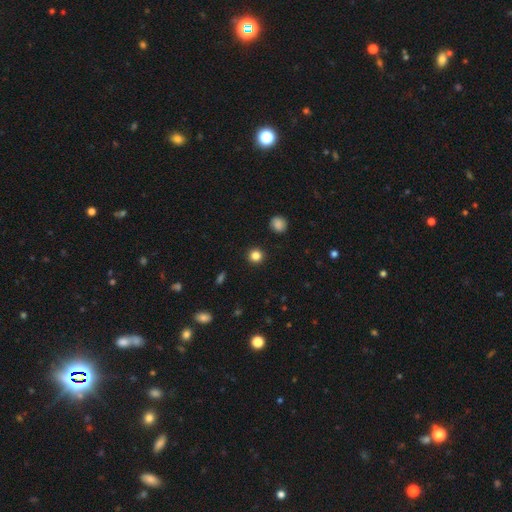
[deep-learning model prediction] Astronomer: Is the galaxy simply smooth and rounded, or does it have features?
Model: smooth — 84%.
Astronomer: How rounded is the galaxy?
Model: round — 94%.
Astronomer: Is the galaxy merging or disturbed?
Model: none — 93%.